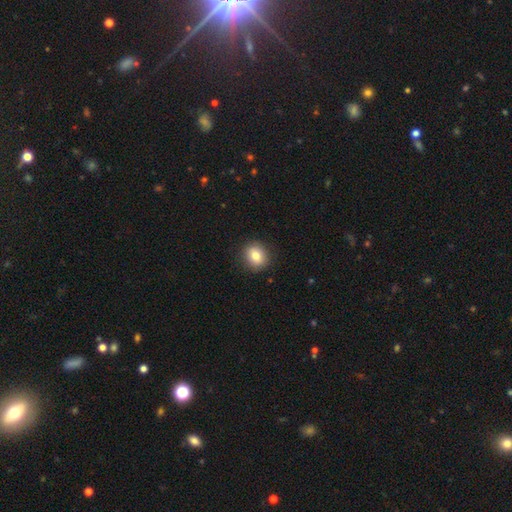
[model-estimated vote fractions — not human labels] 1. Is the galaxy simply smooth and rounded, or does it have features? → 80% smooth, 10% featured or disk, 10% star or artifact.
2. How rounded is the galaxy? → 77% round, 22% in between, 1% cigar-shaped.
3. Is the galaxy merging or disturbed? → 90% none, 7% minor disturbance, 2% major disturbance, 1% merger.